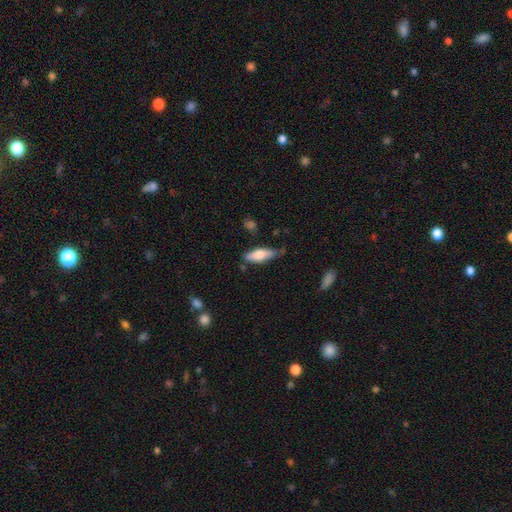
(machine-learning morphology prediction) Q: Smooth or featured?
A: smooth (56%); runner-up: featured or disk (37%)
Q: How rounded?
A: in between (51%); runner-up: cigar-shaped (47%)
Q: Merging?
A: none (69%); runner-up: minor disturbance (23%)